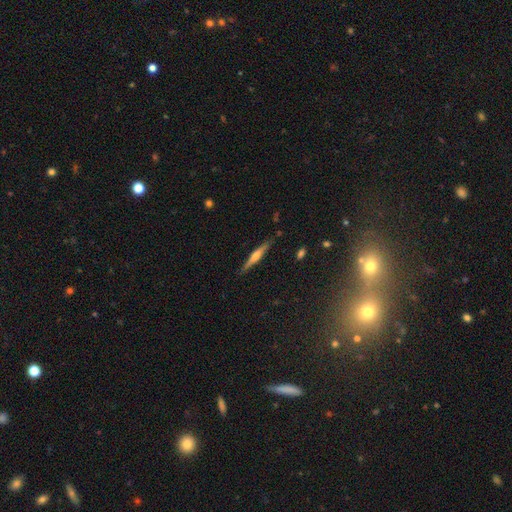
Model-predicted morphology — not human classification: A featured or disk galaxy (65%) viewed edge-on (98%) with a rounded central bulge (78%).

Vote fractions:
- Smooth or featured? featured or disk: 65% / smooth: 29% / star or artifact: 7%
- Edge-on disk? yes: 98% / no: 2%
- Edge-on bulge? rounded: 78% / boxy: 11% / none: 11%
- Merging? none: 88% / minor disturbance: 9% / major disturbance: 2% / merger: 1%